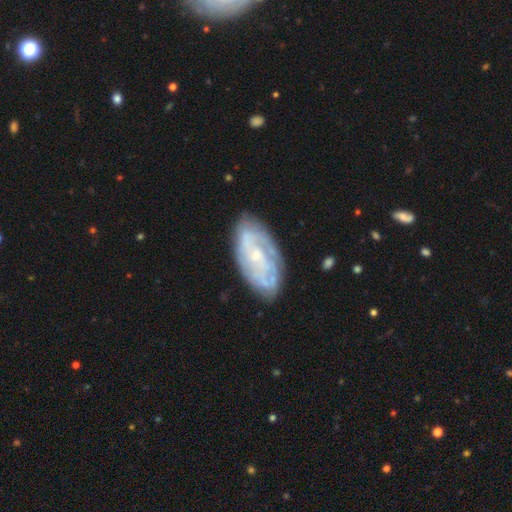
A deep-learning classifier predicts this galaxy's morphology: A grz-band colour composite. It shows a featured or disk galaxy (68%) with no bar (71%), spiral arms (68%) and a small central bulge (68%). Merging: none (74%).